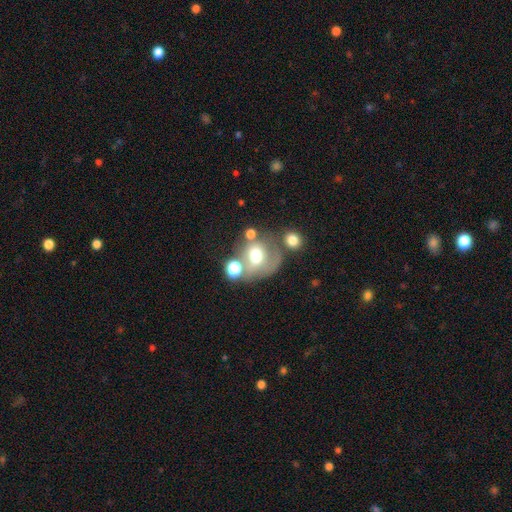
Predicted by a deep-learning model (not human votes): Smooth or featured: smooth — 57% (featured or disk — 29%)
How rounded: round — 72% (in between — 27%)
Merging: none — 43% (merger — 25%)